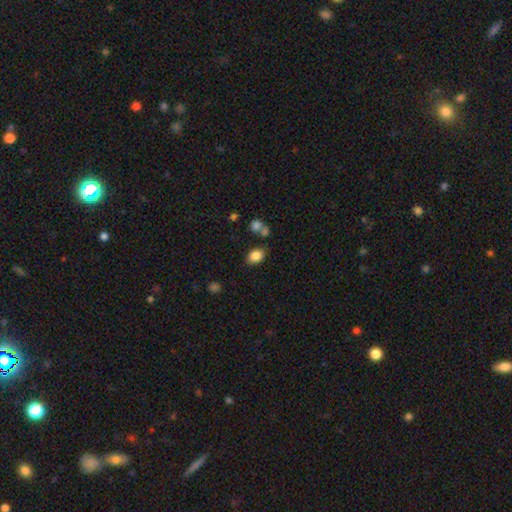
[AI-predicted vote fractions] Smooth or featured? smooth (84%)
How rounded? in between (77%)
Merging? none (75%)